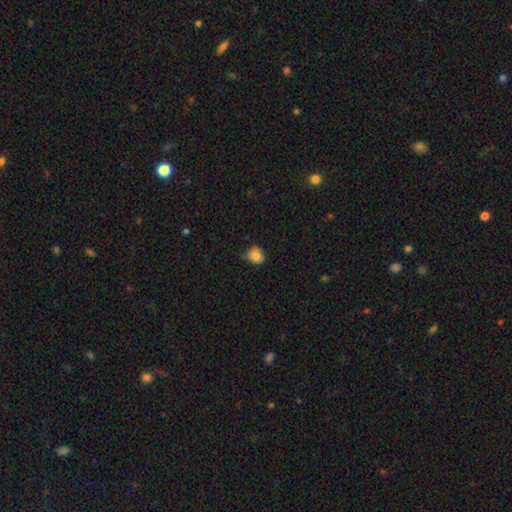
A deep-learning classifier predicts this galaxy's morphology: Q: Smooth or featured?
A: smooth (83%); runner-up: star or artifact (10%)
Q: How rounded?
A: round (72%); runner-up: in between (27%)
Q: Merging?
A: none (62%); runner-up: minor disturbance (31%)